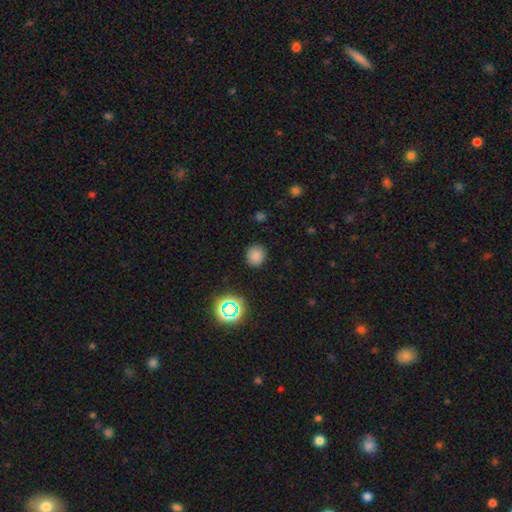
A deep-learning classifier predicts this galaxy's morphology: Smooth or featured? Predicted: smooth (p=0.78). How rounded? Predicted: round (p=0.89). Merging? Predicted: none (p=0.88).